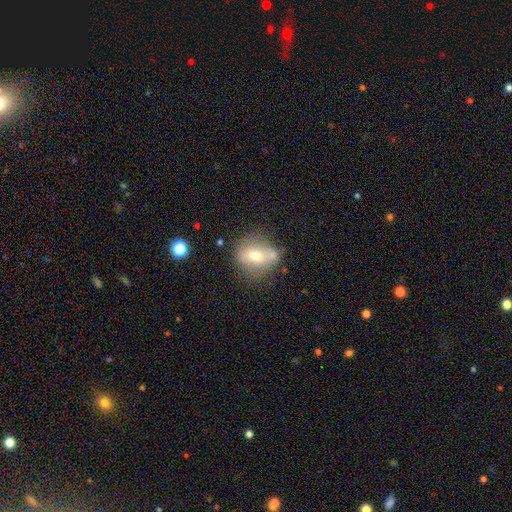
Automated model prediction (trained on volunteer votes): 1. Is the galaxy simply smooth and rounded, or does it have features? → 53% smooth, 37% featured or disk, 10% star or artifact.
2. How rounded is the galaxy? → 55% round, 41% in between, 4% cigar-shaped.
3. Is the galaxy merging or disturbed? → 55% none, 19% minor disturbance, 19% merger, 7% major disturbance.